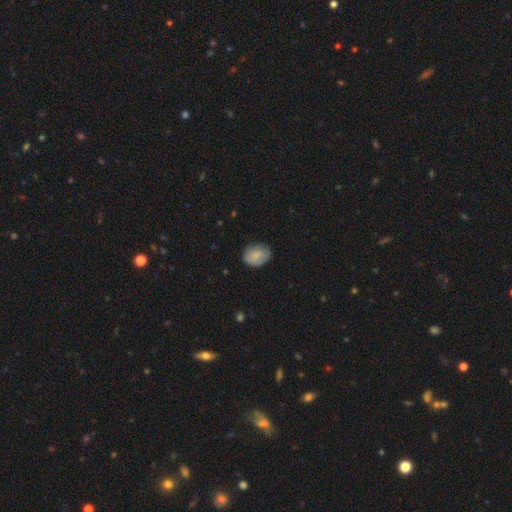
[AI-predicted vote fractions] Morphology: type=smooth (81%); roundness=in between (66%); merging=none (75%).